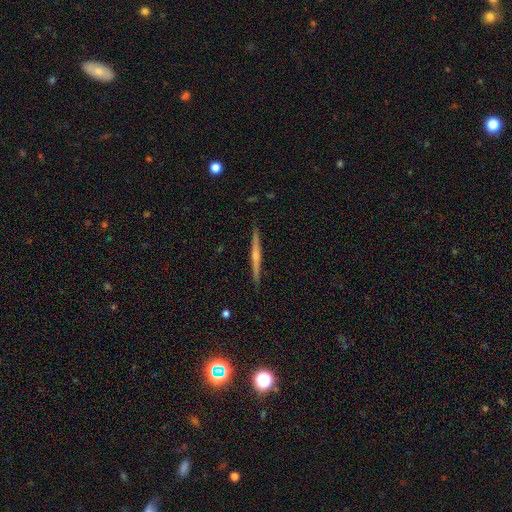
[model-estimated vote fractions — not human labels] Smooth or featured? featured or disk (64%)
Edge-on disk? yes (98%)
Edge-on bulge? rounded (54%)
Merging? none (91%)